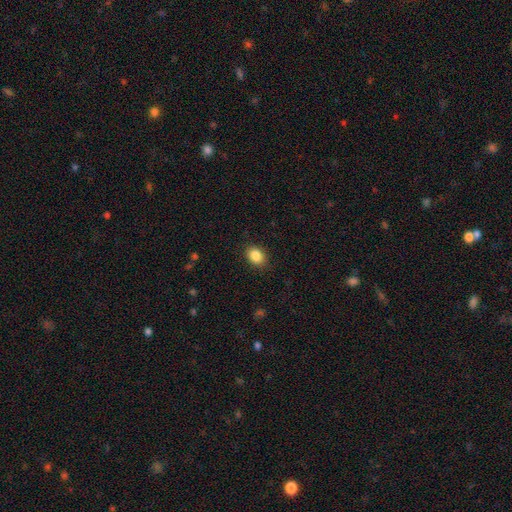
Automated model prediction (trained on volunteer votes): Morphology: type=smooth (87%); roundness=in between (67%); merging=none (88%).